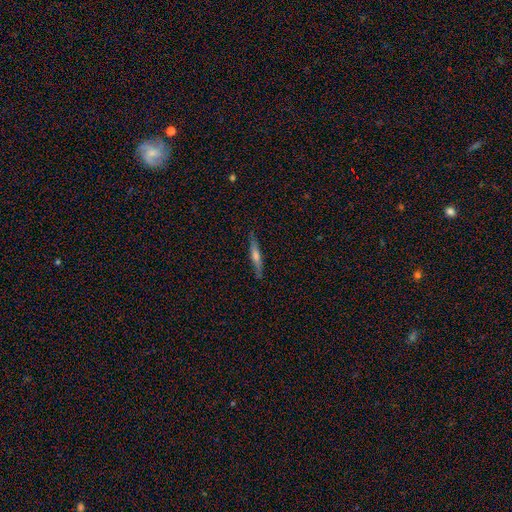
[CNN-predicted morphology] The model was most divided on "smooth or featured": featured or disk: 60%, smooth: 33%, star or artifact: 7%. More confident: edge-on disk — yes (95%); merging — none (88%); edge-on bulge — rounded (77%).